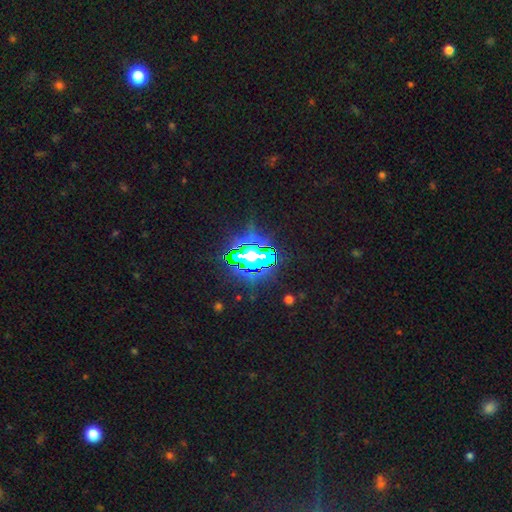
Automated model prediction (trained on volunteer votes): Q: Smooth or featured?
A: star or artifact (70%); runner-up: smooth (17%)